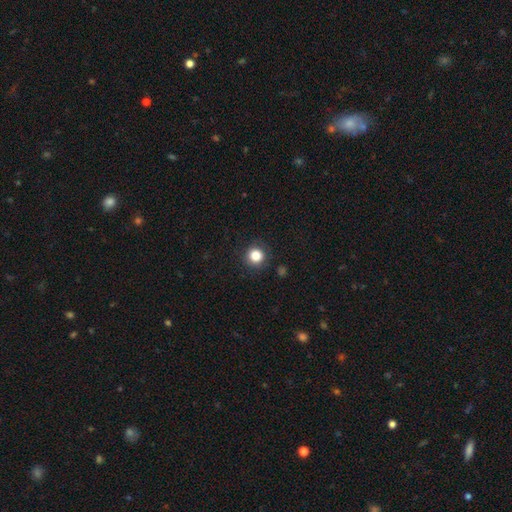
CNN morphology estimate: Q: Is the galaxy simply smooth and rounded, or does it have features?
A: smooth — 84%.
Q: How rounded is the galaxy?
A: round — 92%.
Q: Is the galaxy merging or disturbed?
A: none — 88%.